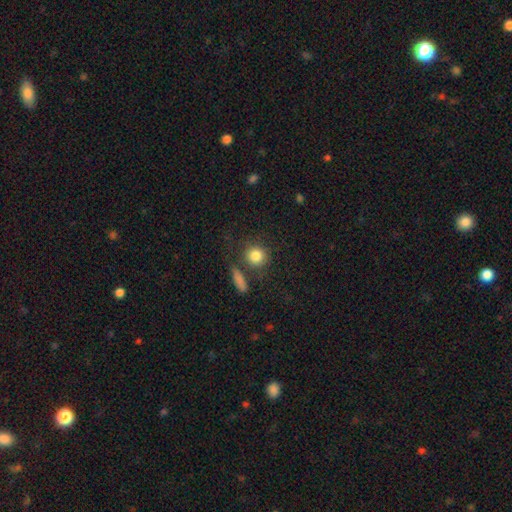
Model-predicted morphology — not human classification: Q: Smooth or featured?
A: smooth (84%); runner-up: star or artifact (9%)
Q: How rounded?
A: round (85%); runner-up: in between (13%)
Q: Merging?
A: none (74%); runner-up: merger (11%)